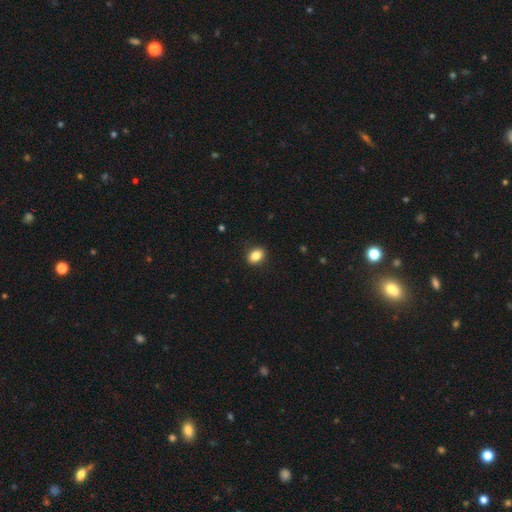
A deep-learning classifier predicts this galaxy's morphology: Overall: smooth (85%). How rounded: in between (75%). Merging: none (89%).